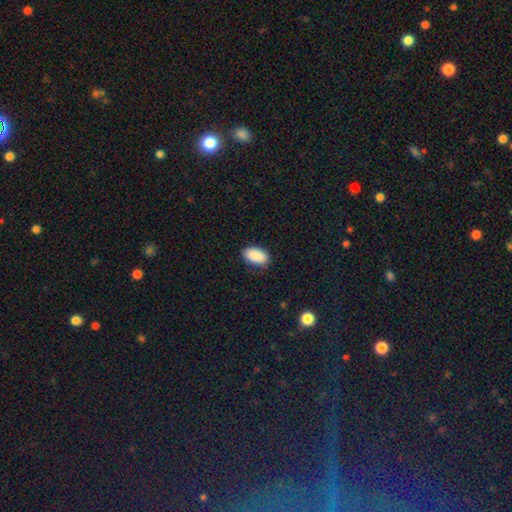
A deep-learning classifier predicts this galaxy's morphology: Smooth or featured? smooth (90%)
How rounded? in between (94%)
Merging? none (84%)